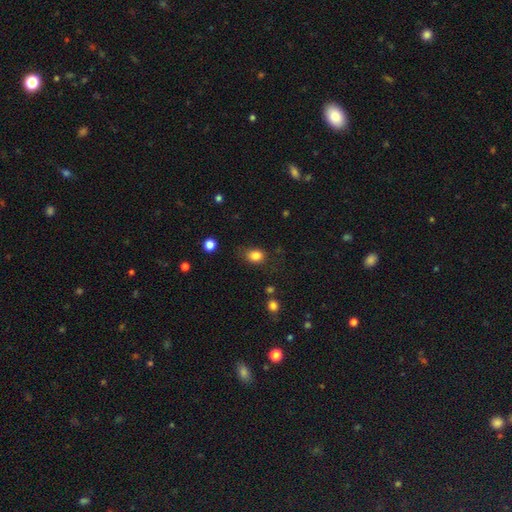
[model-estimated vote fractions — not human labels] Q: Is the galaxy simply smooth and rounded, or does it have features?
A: smooth — 83%.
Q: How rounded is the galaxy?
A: in between — 55%.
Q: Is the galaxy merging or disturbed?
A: none — 69%.